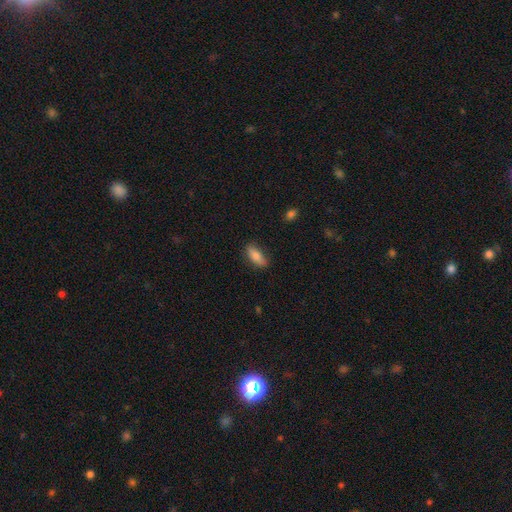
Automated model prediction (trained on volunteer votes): Smooth or featured? smooth (79%)
How rounded? in between (72%)
Merging? none (79%)